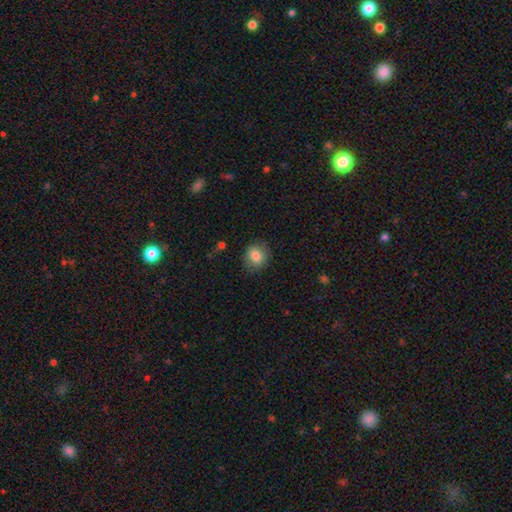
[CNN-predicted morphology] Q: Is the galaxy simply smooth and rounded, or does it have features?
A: smooth — 84%.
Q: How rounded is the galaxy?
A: round — 70%.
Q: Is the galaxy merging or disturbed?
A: none — 80%.